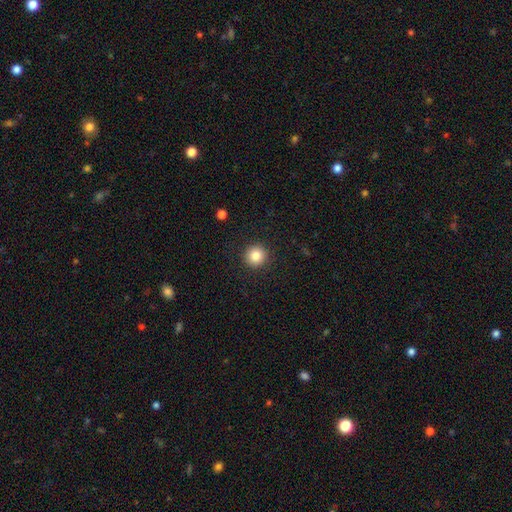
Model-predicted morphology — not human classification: A smooth galaxy with no disk features (84%) that is round (95%). Merging: none (92%).